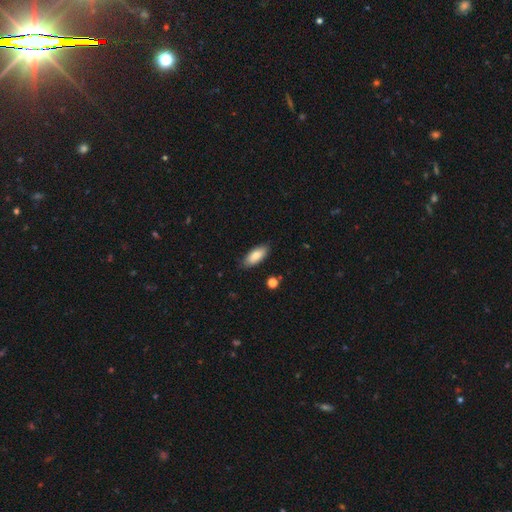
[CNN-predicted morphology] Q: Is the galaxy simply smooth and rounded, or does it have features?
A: smooth — 82%.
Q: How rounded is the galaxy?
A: in between — 81%.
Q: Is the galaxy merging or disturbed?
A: none — 86%.